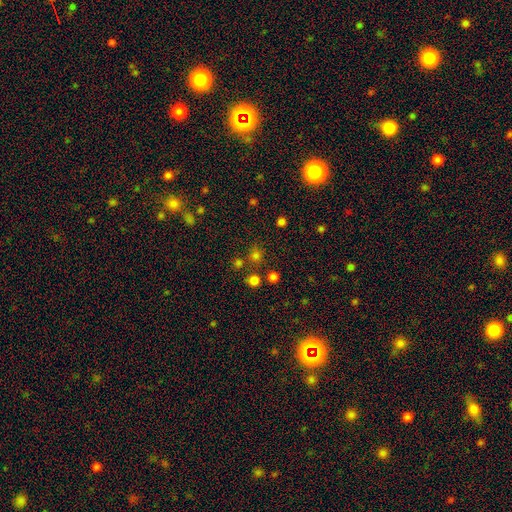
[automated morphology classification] smooth-or-featured: smooth: 70% | star or artifact: 25% | featured or disk: 6%
  how-rounded: round: 88% | in between: 11% | cigar-shaped: 1%
  merging: none: 75% | merger: 12% | minor disturbance: 9% | major disturbance: 4%